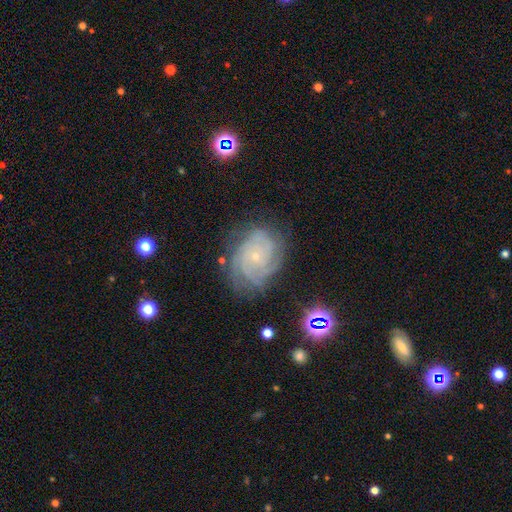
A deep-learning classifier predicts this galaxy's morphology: Smooth or featured: featured or disk — 82% (smooth — 10%)
Edge-on disk: no — 97% (yes — 3%)
Bar: no — 80% (weak — 17%)
Spiral arms: yes — 96% (no — 4%)
Spiral winding: tight — 70% (medium — 25%)
Spiral arm count: can't tell — 28% (4 — 24%)
Bulge size: small — 84% (moderate — 12%)
Merging: none — 71% (minor disturbance — 20%)